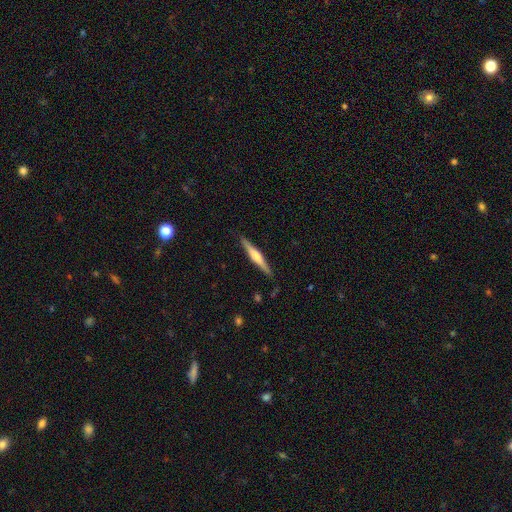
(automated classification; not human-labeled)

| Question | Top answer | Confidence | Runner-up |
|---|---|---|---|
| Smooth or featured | featured or disk | 64% | smooth (30%) |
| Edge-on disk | yes | 98% | no (2%) |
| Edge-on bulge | rounded | 75% | boxy (15%) |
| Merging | none | 89% | minor disturbance (8%) |